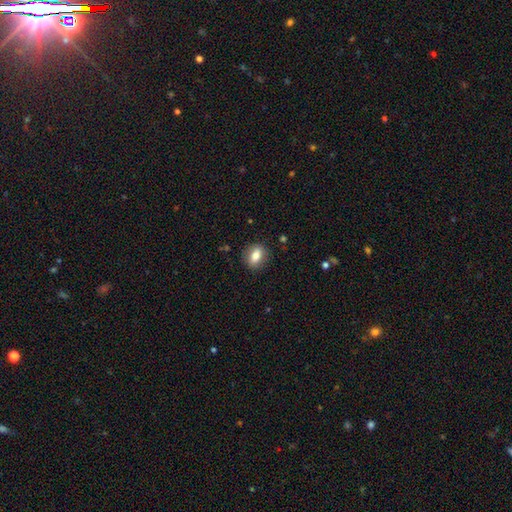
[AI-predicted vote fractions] Morphology: type=smooth (77%); roundness=in between (60%); merging=none (86%).